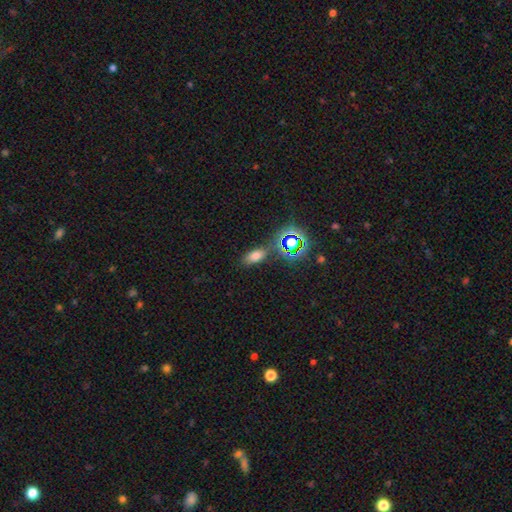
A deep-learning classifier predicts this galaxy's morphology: This appears to be a smooth galaxy with no disk features (69%) that is in between round and cigar-shaped (81%). Merging: none (79%).